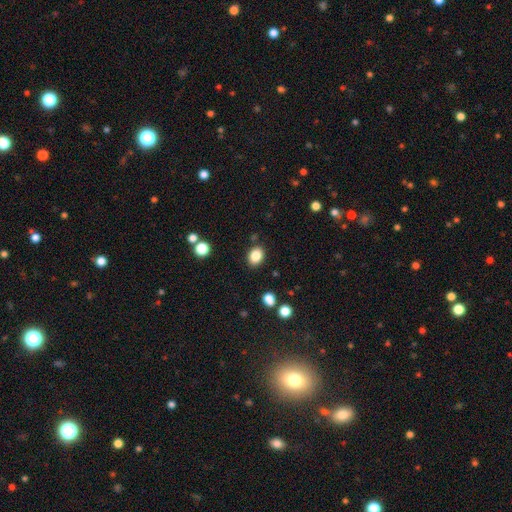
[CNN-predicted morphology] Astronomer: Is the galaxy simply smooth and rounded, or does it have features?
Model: smooth — 86%.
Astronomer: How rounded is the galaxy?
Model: in between — 64%.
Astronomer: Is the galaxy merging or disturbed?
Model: none — 86%.